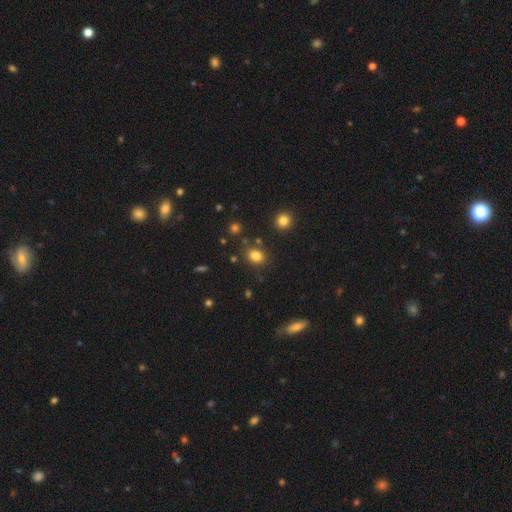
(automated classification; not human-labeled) smooth-or-featured: smooth: 82% | star or artifact: 12% | featured or disk: 6%
  how-rounded: in between: 50% | round: 49% | cigar-shaped: 1%
  merging: none: 81% | minor disturbance: 11% | merger: 5% | major disturbance: 3%